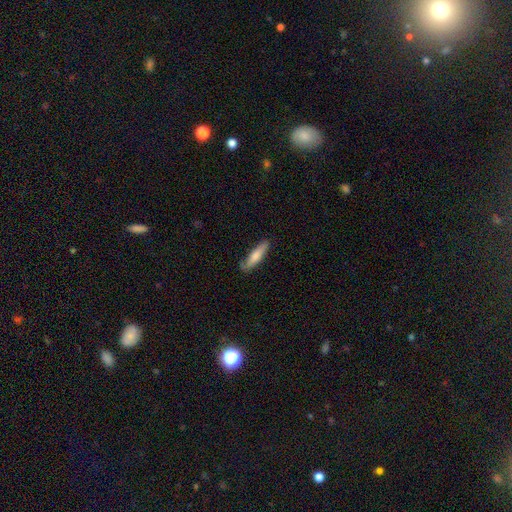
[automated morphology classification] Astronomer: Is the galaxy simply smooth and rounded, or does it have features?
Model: smooth — 72%.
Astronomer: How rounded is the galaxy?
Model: cigar-shaped — 74%.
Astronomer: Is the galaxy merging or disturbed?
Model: none — 78%.